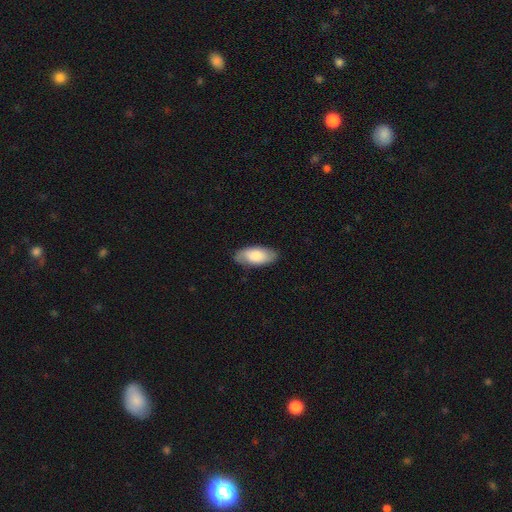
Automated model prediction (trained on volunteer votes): Smooth or featured? smooth (74%)
How rounded? in between (91%)
Merging? none (82%)